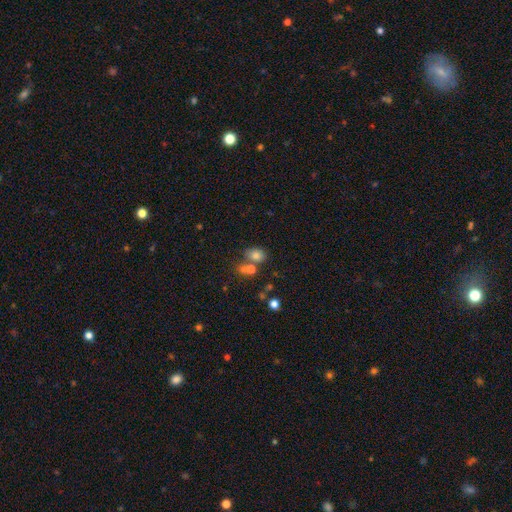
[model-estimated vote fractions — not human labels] smooth-or-featured: smooth: 78% | star or artifact: 12% | featured or disk: 10%
  how-rounded: in between: 65% | round: 34% | cigar-shaped: 1%
  merging: none: 47% | merger: 34% | minor disturbance: 13% | major disturbance: 6%